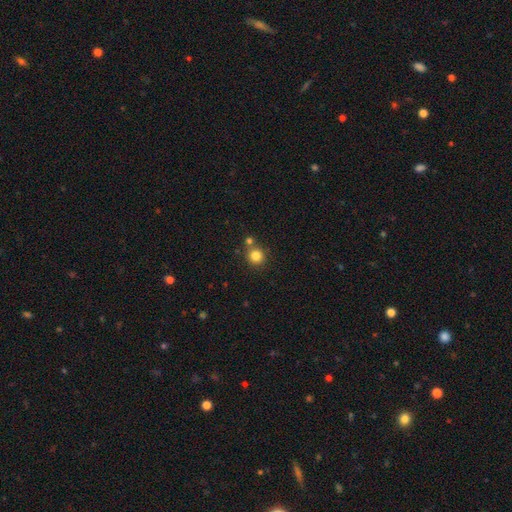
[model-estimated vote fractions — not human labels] Smooth or featured? Predicted: smooth (p=0.82). How rounded? Predicted: round (p=0.92). Merging? Predicted: none (p=0.71).